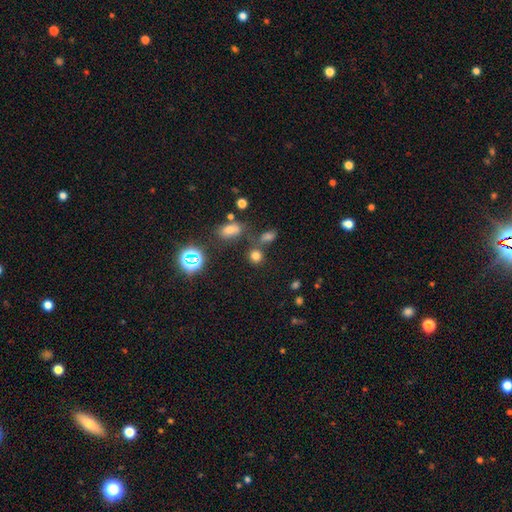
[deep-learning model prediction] A smooth galaxy with no disk features (71%) that is round (77%). Merging: none (67%).